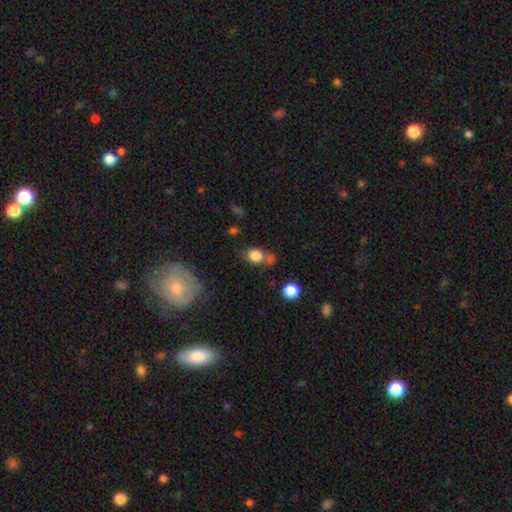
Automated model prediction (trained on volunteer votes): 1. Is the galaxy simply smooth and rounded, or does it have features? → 82% smooth, 10% star or artifact, 8% featured or disk.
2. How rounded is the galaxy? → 51% round, 47% in between, 2% cigar-shaped.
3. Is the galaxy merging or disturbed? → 52% none, 25% merger, 16% minor disturbance, 7% major disturbance.